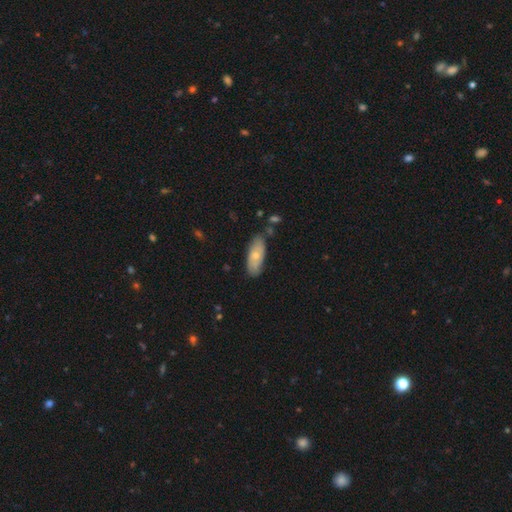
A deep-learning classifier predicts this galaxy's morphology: Q: Smooth or featured?
A: smooth (64%); runner-up: featured or disk (30%)
Q: How rounded?
A: in between (81%); runner-up: cigar-shaped (17%)
Q: Merging?
A: none (76%); runner-up: minor disturbance (18%)